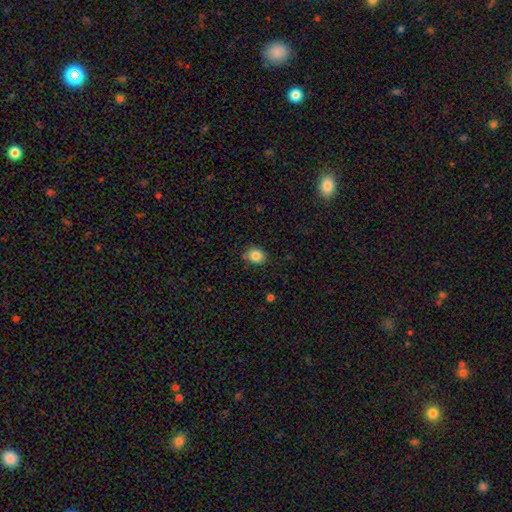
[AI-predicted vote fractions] Smooth or featured? Predicted: smooth (p=0.85). How rounded? Predicted: round (p=0.65). Merging? Predicted: none (p=0.83).